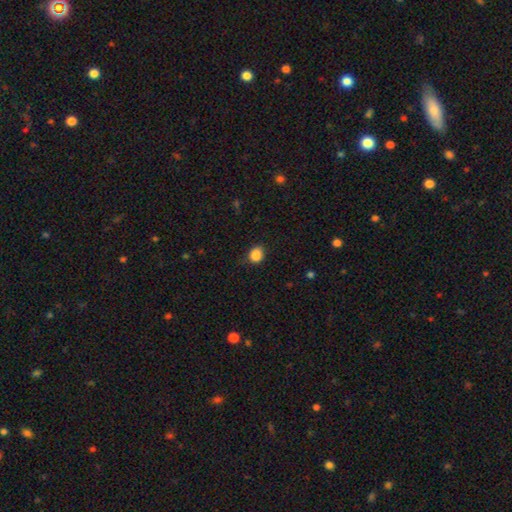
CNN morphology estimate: A smooth galaxy with no disk features (87%) that is round (64%).

Vote fractions:
- Smooth or featured? smooth: 87% / star or artifact: 10% / featured or disk: 3%
- How rounded? round: 64% / in between: 35% / cigar-shaped: 1%
- Merging? none: 77% / minor disturbance: 18% / major disturbance: 4% / merger: 1%